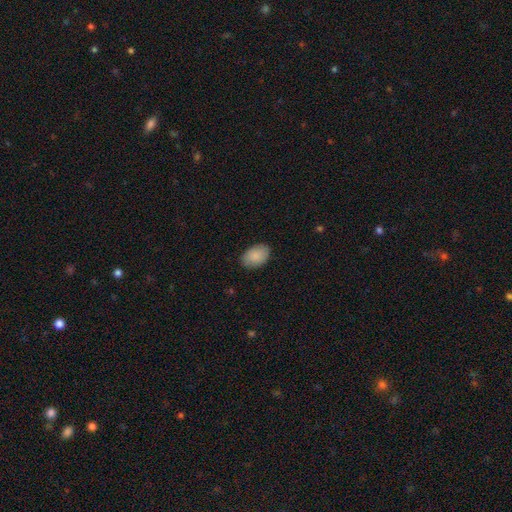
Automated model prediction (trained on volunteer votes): Smooth or featured? smooth (89%)
How rounded? in between (90%)
Merging? none (87%)